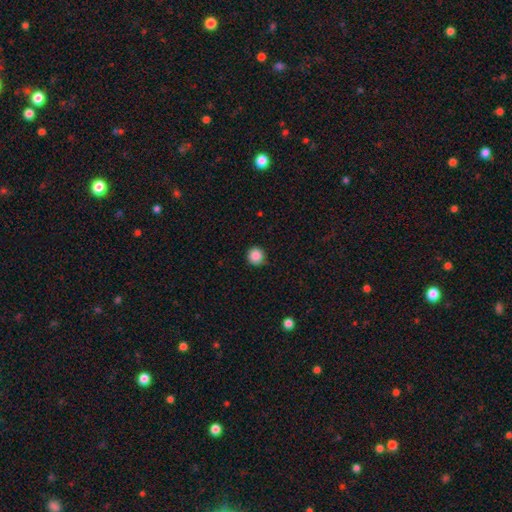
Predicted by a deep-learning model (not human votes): The model was most divided on "merging": none: 87%, minor disturbance: 10%, major disturbance: 2%, merger: 1%. More confident: how rounded — round (95%); smooth or featured — smooth (87%).